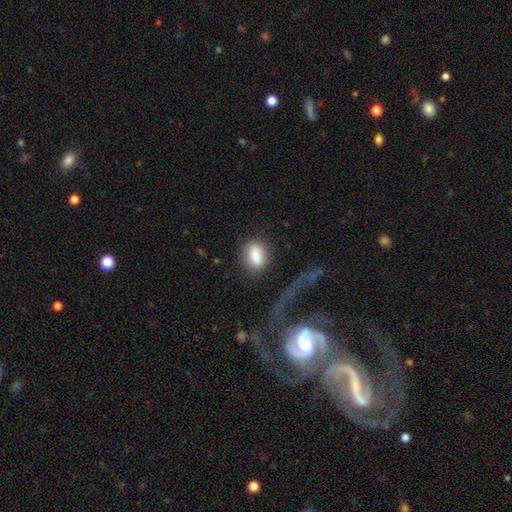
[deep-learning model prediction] Smooth or featured: smooth — 83% (featured or disk — 10%)
How rounded: in between — 78% (round — 18%)
Merging: none — 63% (minor disturbance — 17%)